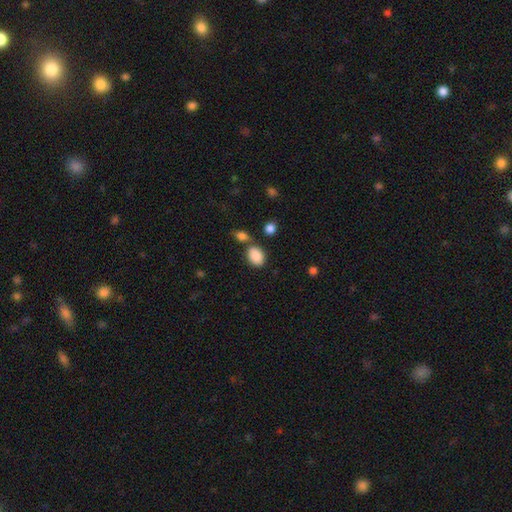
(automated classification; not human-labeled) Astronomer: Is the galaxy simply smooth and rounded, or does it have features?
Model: smooth — 88%.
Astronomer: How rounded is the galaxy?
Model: in between — 79%.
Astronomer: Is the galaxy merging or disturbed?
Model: none — 67%.